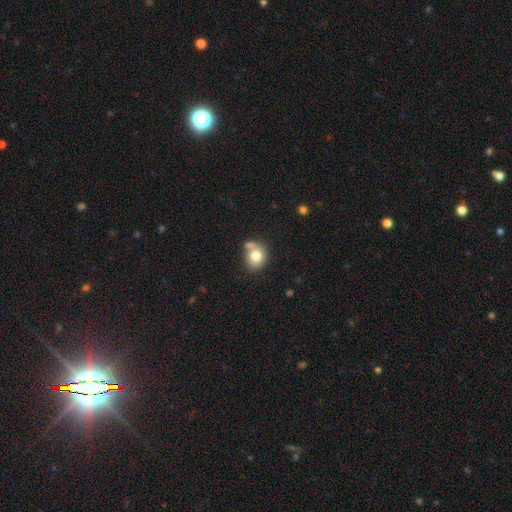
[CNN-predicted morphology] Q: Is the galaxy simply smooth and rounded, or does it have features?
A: smooth — 77%.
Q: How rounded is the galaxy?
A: round — 61%.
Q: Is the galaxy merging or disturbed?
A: none — 50%.